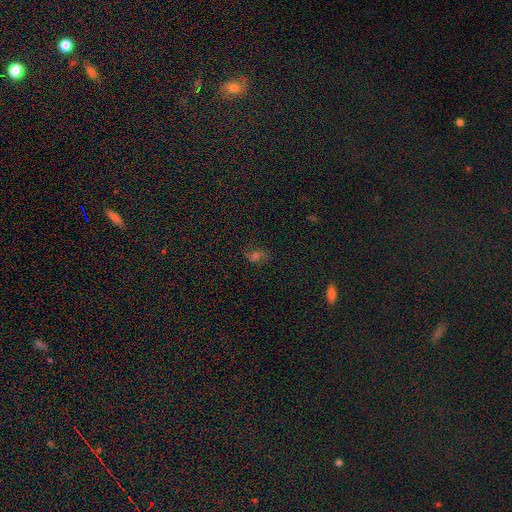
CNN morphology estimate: Q: Smooth or featured?
A: smooth (38%); runner-up: star or artifact (35%)
Q: Merging?
A: none (72%); runner-up: minor disturbance (17%)